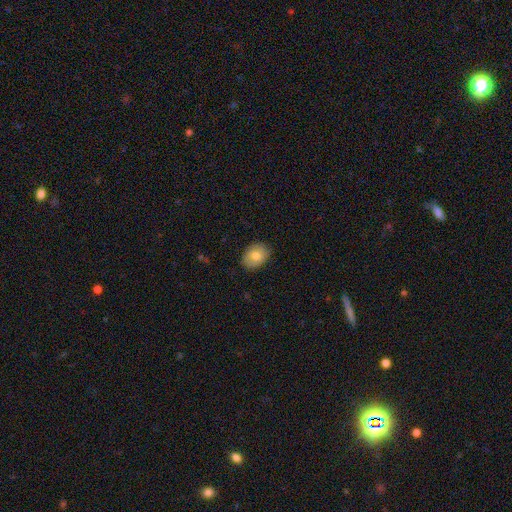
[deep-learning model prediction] This is likely a smooth galaxy (76%). How rounded: likely in between (69%). Merging: clearly none (85%).